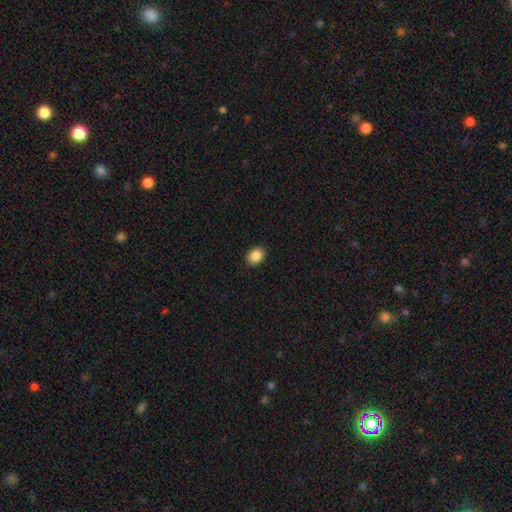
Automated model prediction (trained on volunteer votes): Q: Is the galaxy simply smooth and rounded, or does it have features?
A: smooth — 87%.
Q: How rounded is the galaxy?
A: in between — 51%.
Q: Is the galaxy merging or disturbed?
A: none — 91%.